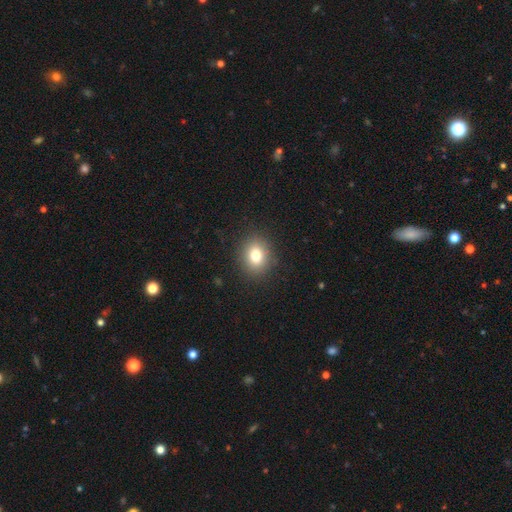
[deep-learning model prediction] smooth_or_featured: smooth (p=0.79) [alt: star or artifact p=0.12]
how_rounded: round (p=0.62) [alt: in between p=0.37]
merging: none (p=0.89) [alt: minor disturbance p=0.08]